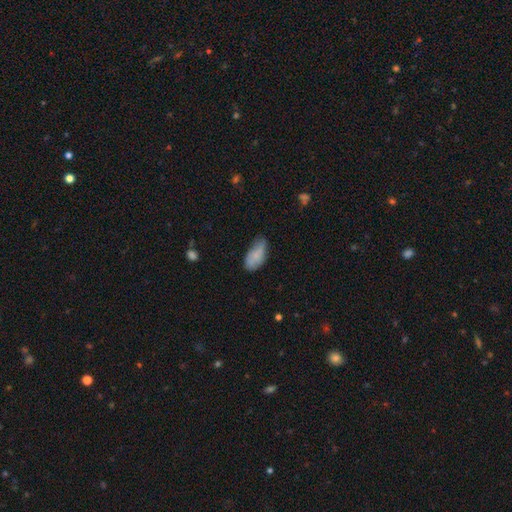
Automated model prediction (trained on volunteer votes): The model was most divided on "merging": none: 52%, minor disturbance: 37%, major disturbance: 8%, merger: 2%. More confident: how rounded — in between (92%); smooth or featured — smooth (78%).